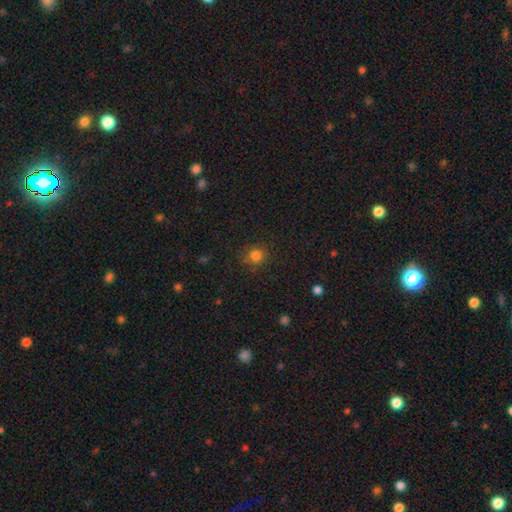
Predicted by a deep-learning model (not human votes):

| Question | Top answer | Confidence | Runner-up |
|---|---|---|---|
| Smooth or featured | smooth | 80% | star or artifact (15%) |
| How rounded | round | 91% | in between (8%) |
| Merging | none | 83% | minor disturbance (11%) |